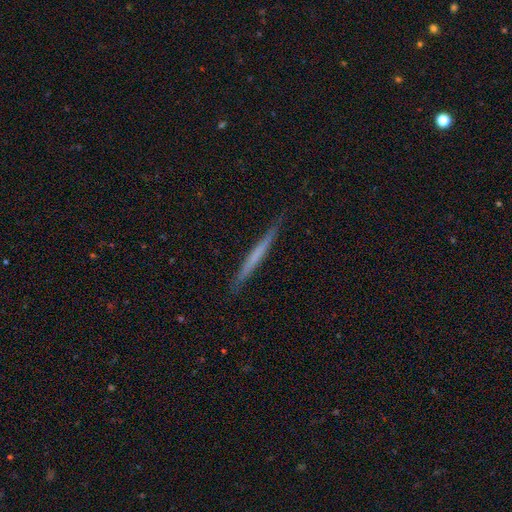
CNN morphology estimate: A featured or disk galaxy (47%, tied with smooth). Merging: none (88%).